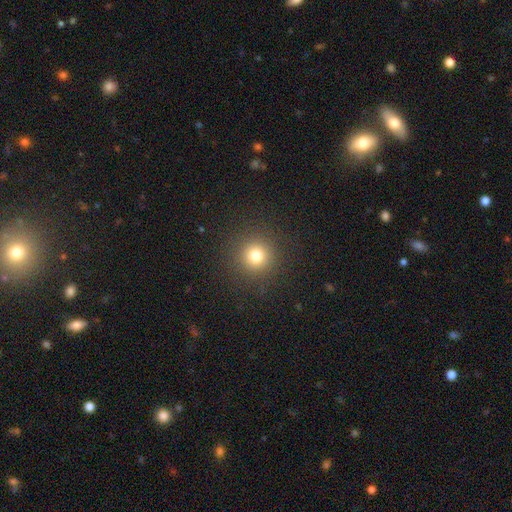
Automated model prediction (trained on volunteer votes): smooth 77%, star or artifact 16%, featured or disk 7%. Down the decision tree: how rounded — round (95%); merging — none (90%).